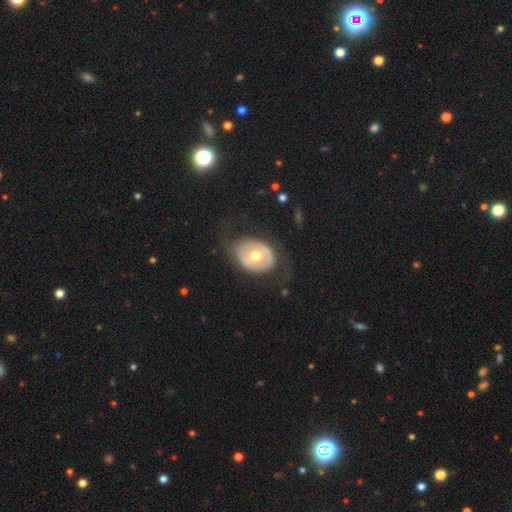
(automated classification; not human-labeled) smooth-or-featured: featured or disk: 55% | smooth: 40% | star or artifact: 5%
  disk-edge-on: no: 93% | yes: 7%
    bar: no: 78% | weak: 15% | strong: 7%
    has-spiral-arms: no: 81% | yes: 19%
    bulge-size: moderate: 77% | small: 12% | large: 8% | dominant: 1% | none: 1%
  merging: none: 65% | minor disturbance: 19% | major disturbance: 14% | merger: 1%